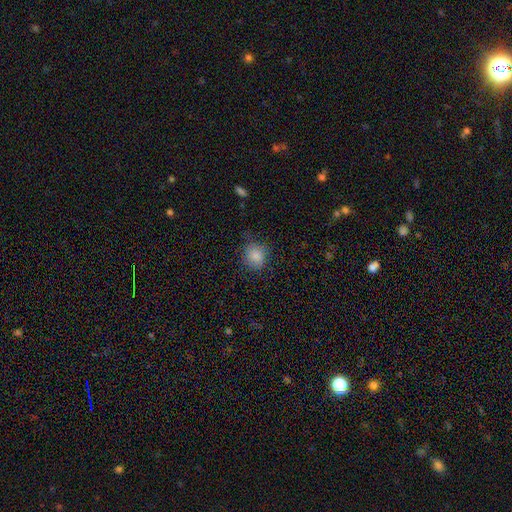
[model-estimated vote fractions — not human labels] Overall: smooth (86%). How rounded: round (80%). Merging: none (77%).